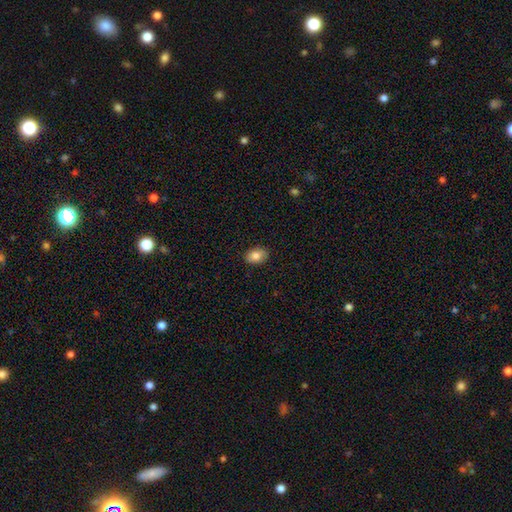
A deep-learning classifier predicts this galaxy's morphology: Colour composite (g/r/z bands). It shows a smooth galaxy with no disk features (83%) that is in between round and cigar-shaped (79%). Merging: none (88%).